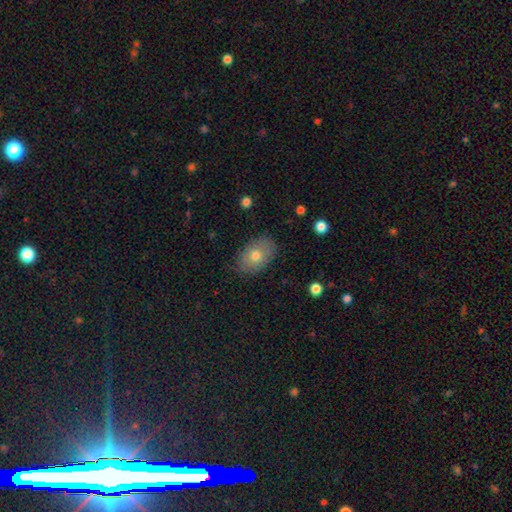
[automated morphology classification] The model was most divided on "smooth or featured": smooth: 70%, featured or disk: 22%, star or artifact: 8%. More confident: how rounded — in between (85%); merging — none (81%).